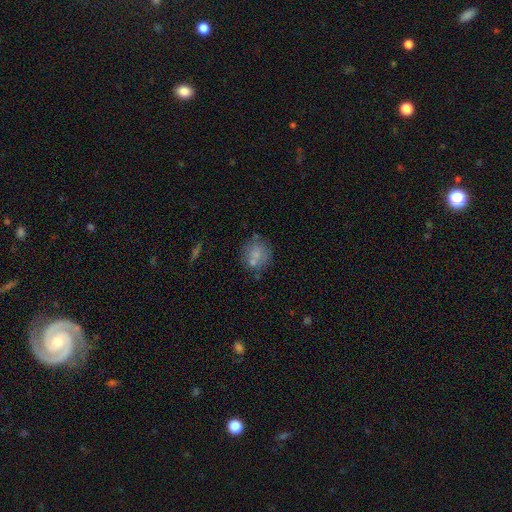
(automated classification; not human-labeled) A smooth galaxy with no disk features (70%) that is round (83%). Merging: none (60%).